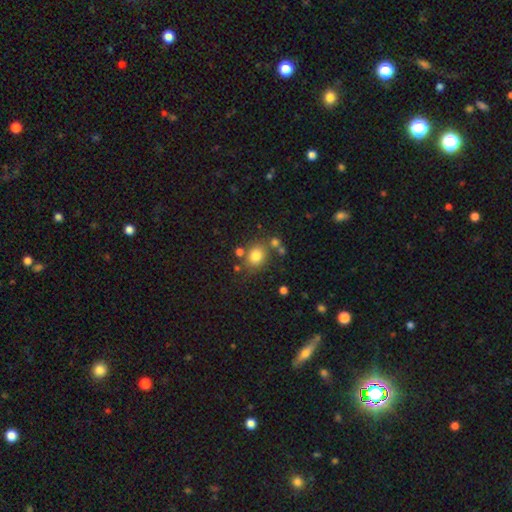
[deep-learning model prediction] A smooth galaxy with no disk features (78%) that is round (69%).

Vote fractions:
- Smooth or featured? smooth: 78% / star or artifact: 13% / featured or disk: 9%
- How rounded? round: 69% / in between: 30% / cigar-shaped: 1%
- Merging? none: 70% / minor disturbance: 13% / merger: 12% / major disturbance: 5%